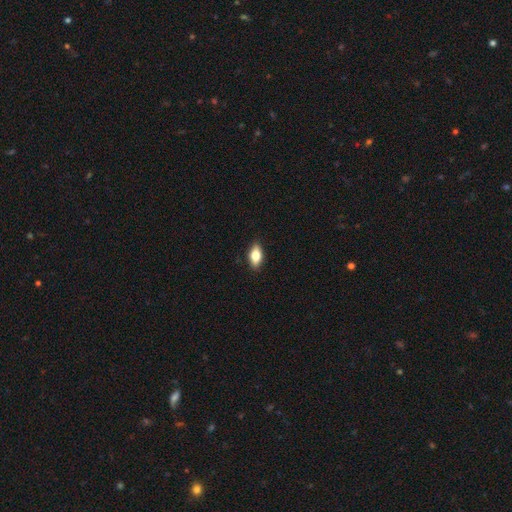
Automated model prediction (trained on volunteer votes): smooth 72%, featured or disk 21%, star or artifact 8%. Down the decision tree: how rounded — in between (85%); merging — none (88%).